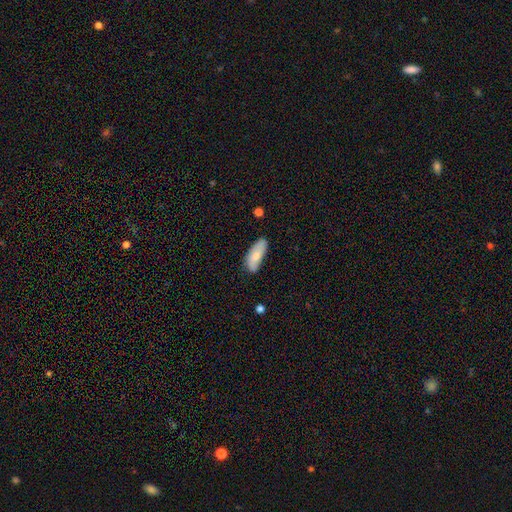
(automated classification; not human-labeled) smooth_or_featured: smooth (p=0.75) [alt: featured or disk p=0.19]
how_rounded: in between (p=0.80) [alt: cigar-shaped p=0.18]
merging: none (p=0.67) [alt: minor disturbance p=0.26]